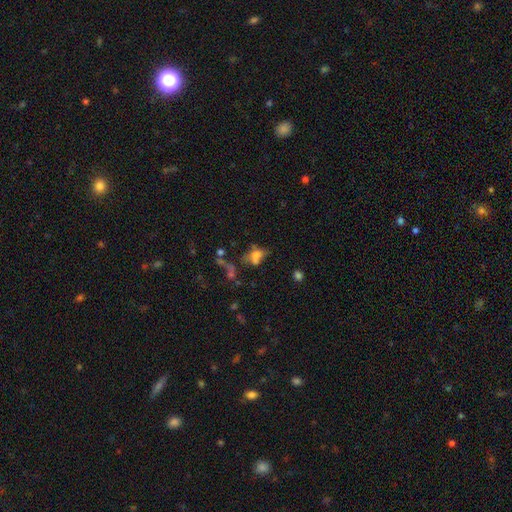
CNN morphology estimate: Smooth or featured? Predicted: smooth (p=0.55). How rounded? Predicted: in between (p=0.72). Merging? Predicted: major disturbance (p=0.30).